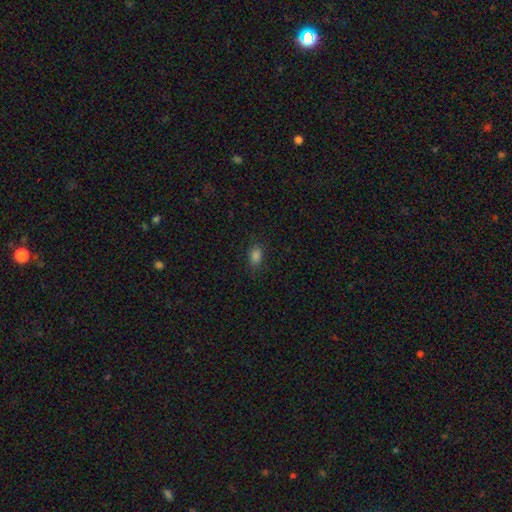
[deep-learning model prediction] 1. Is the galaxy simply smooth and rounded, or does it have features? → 83% smooth, 12% star or artifact, 5% featured or disk.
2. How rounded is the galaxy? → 80% in between, 18% round, 2% cigar-shaped.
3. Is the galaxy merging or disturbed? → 81% none, 15% minor disturbance, 3% major disturbance, 1% merger.